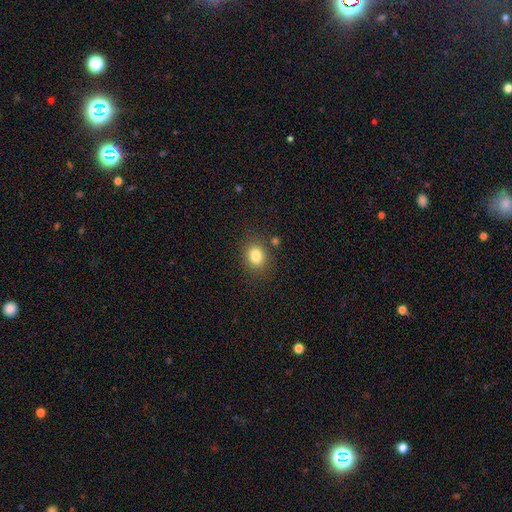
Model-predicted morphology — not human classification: type=smooth (83%); roundness=round (61%); merging=none (81%).